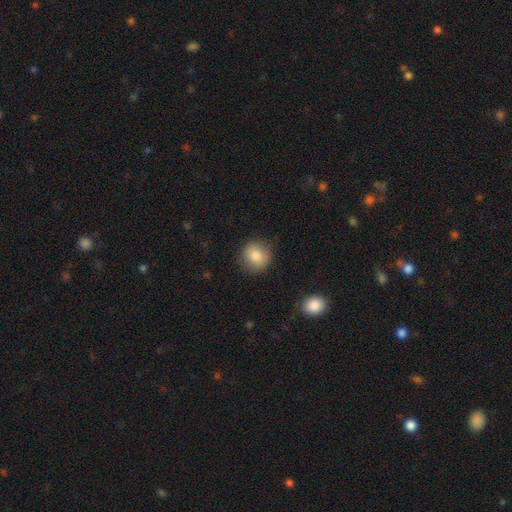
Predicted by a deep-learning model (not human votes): Smooth or featured?
  - smooth: 83% *
  - star or artifact: 9%
  - featured or disk: 8%
How rounded?
  - round: 89% *
  - in between: 10%
  - cigar-shaped: 1%
Merging?
  - none: 87% *
  - minor disturbance: 9%
  - major disturbance: 3%
  - merger: 1%